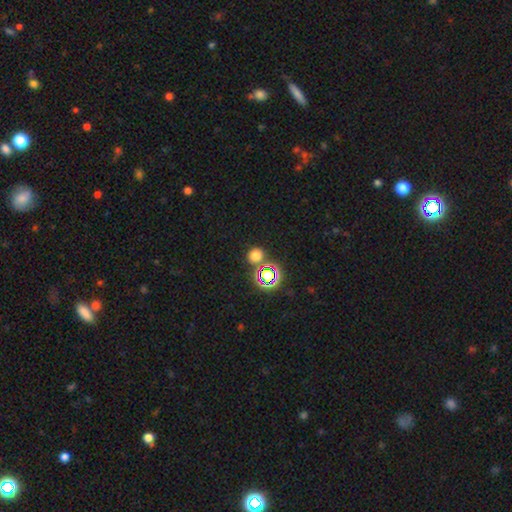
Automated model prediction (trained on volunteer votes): Overall: smooth (68%). How rounded: round (86%). Merging: none (77%).